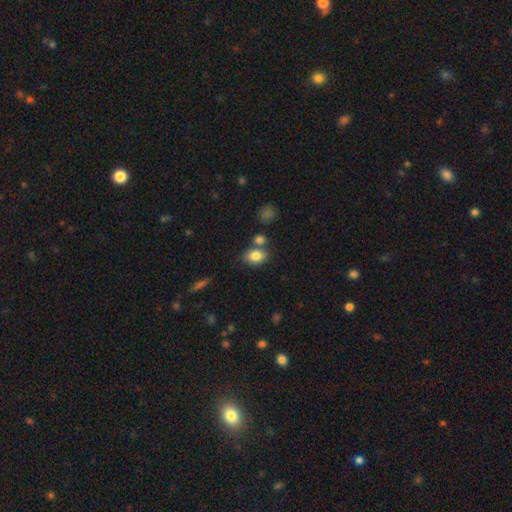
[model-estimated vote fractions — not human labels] Smooth or featured? Predicted: smooth (p=0.82). How rounded? Predicted: in between (p=0.74). Merging? Predicted: none (p=0.64).